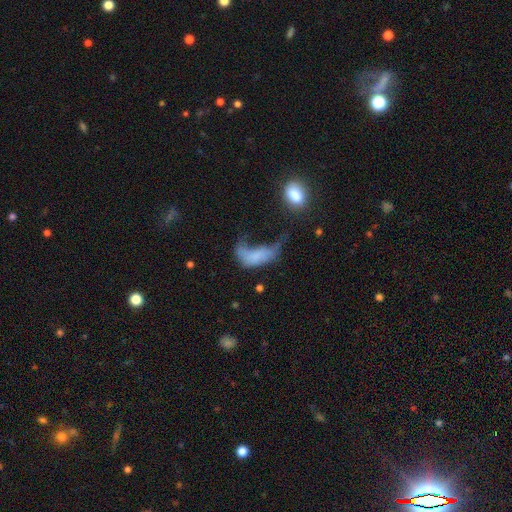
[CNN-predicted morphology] smooth 57%, featured or disk 31%, star or artifact 13%. Down the decision tree: how rounded — in between (83%); merging — major disturbance (59%).